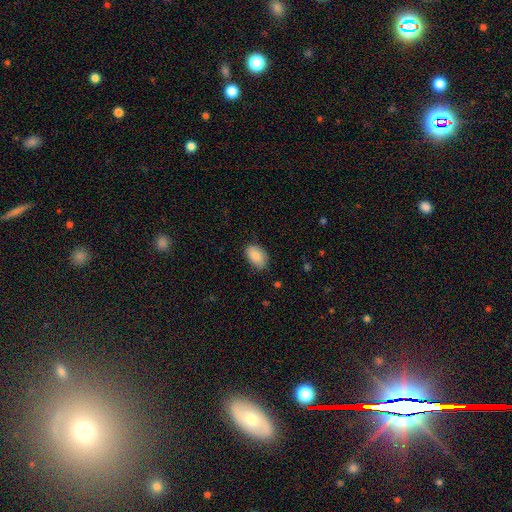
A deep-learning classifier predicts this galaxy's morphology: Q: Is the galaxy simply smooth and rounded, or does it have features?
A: smooth — 84%.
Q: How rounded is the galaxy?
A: in between — 90%.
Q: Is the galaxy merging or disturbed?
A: none — 75%.